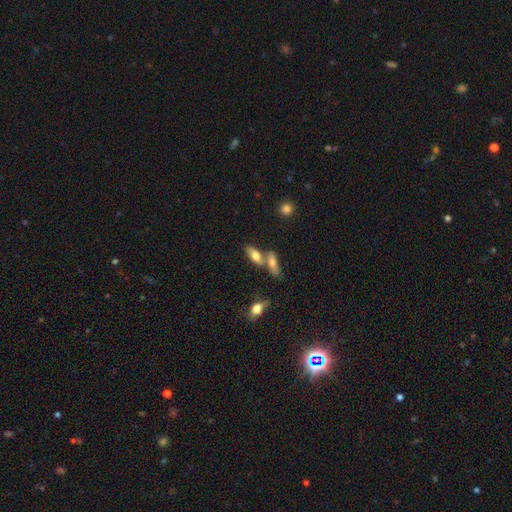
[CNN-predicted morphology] smooth-or-featured: smooth: 67% | featured or disk: 24% | star or artifact: 9%
  how-rounded: in between: 75% | cigar-shaped: 21% | round: 4%
  merging: none: 43% | merger: 42% | minor disturbance: 11% | major disturbance: 4%